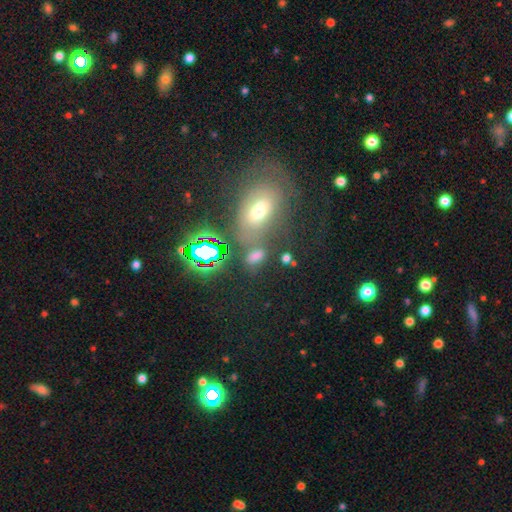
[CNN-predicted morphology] Q: Smooth or featured?
A: smooth (57%); runner-up: star or artifact (32%)
Q: How rounded?
A: in between (80%); runner-up: round (15%)
Q: Merging?
A: none (60%); runner-up: merger (17%)